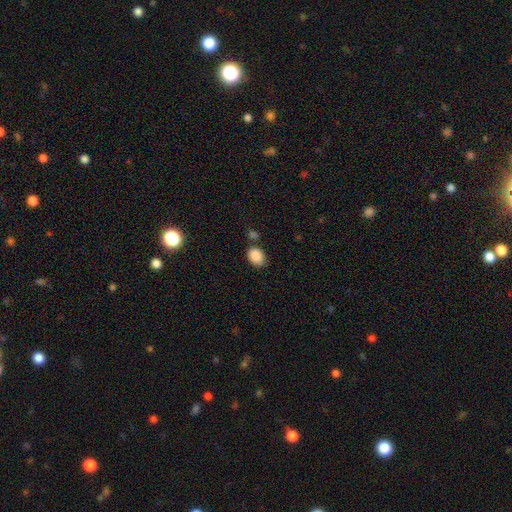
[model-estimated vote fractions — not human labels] Smooth or featured? smooth (88%)
How rounded? in between (75%)
Merging? none (68%)